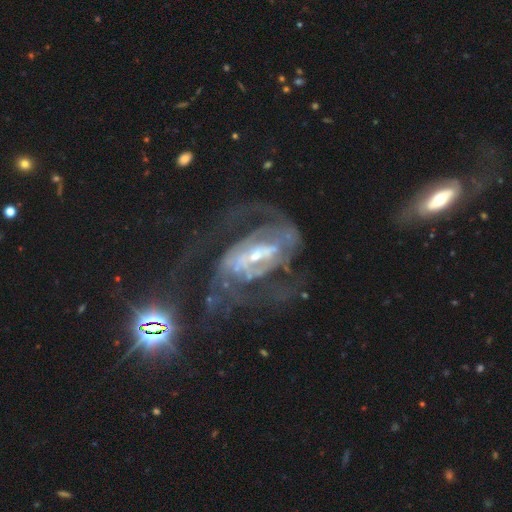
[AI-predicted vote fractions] Smooth or featured? Predicted: featured or disk (p=0.87). Edge-on disk? Predicted: no (p=0.96). Bar? Predicted: strong (p=0.41). Spiral arms? Predicted: yes (p=0.90). Spiral winding? Predicted: medium (p=0.47). Spiral arm count? Predicted: 2 (p=0.54). Bulge size? Predicted: small (p=0.68). Merging? Predicted: none (p=0.43).